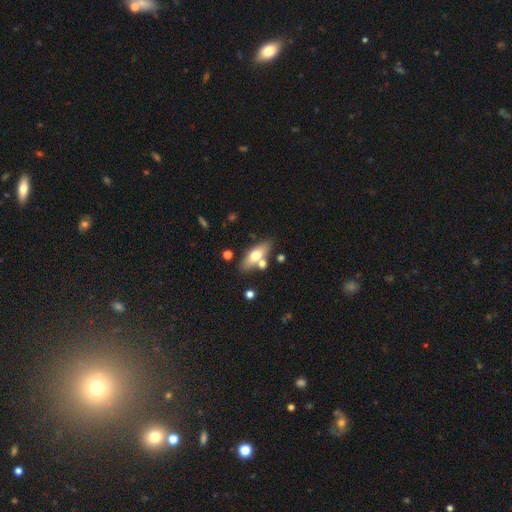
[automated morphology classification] This is likely a smooth galaxy (62%). How rounded: likely in between (67%). Merging: likely none (69%).